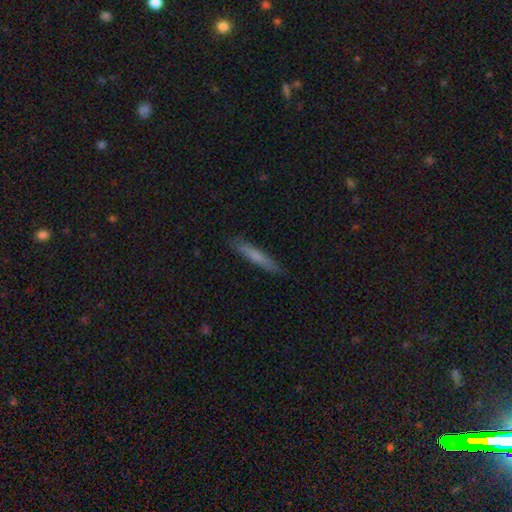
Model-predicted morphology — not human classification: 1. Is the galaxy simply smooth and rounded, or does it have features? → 63% smooth, 31% featured or disk, 6% star or artifact.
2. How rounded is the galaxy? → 93% cigar-shaped, 5% in between, 1% round.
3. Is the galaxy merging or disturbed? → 88% none, 9% minor disturbance, 2% major disturbance, 1% merger.